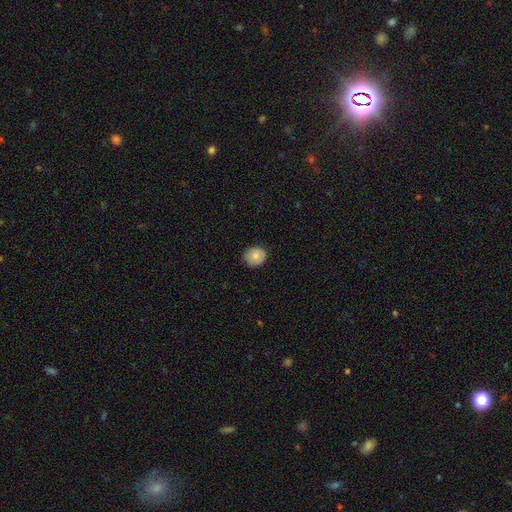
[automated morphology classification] The model was most divided on "how rounded": round: 76%, in between: 23%, cigar-shaped: 1%. More confident: merging — none (84%); smooth or featured — smooth (82%).